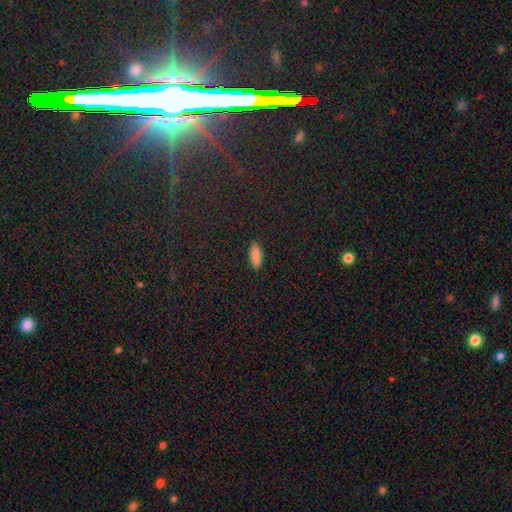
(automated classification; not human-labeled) Morphology: type=smooth (87%); roundness=in between (71%); merging=none (89%).